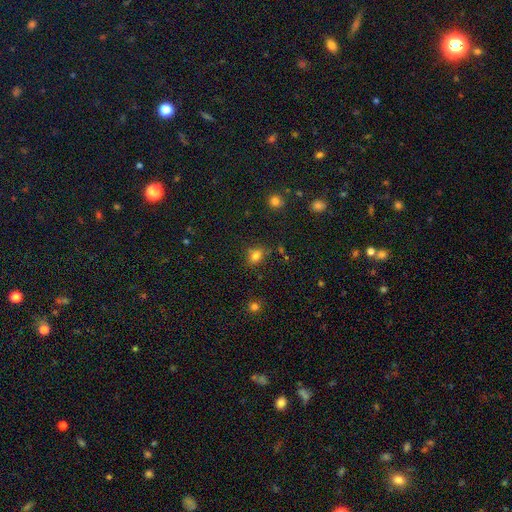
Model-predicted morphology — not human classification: Smooth or featured? smooth (77%)
How rounded? in between (55%)
Merging? none (71%)